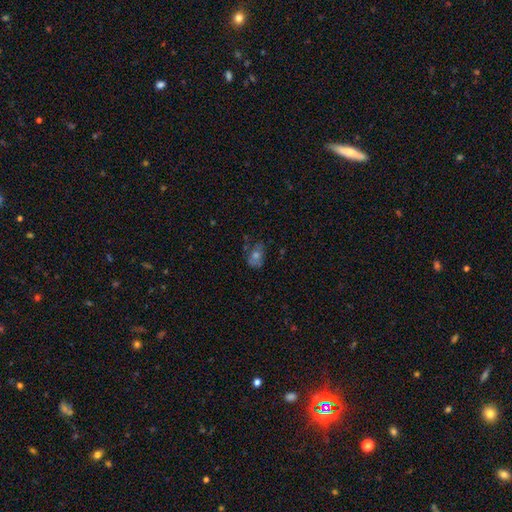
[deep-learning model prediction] smooth-or-featured: smooth: 46% | featured or disk: 33% | star or artifact: 21%
  merging: none: 56% | minor disturbance: 26% | major disturbance: 15% | merger: 3%